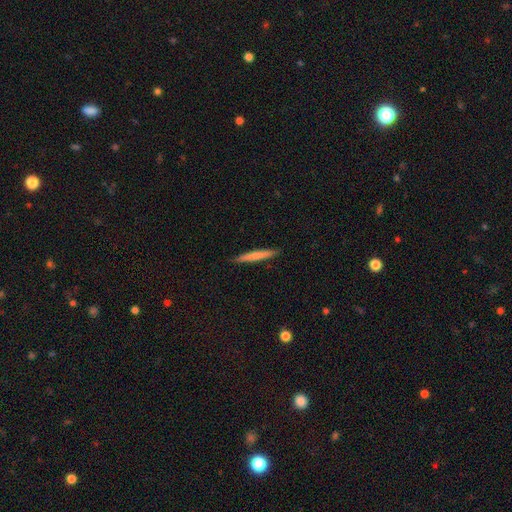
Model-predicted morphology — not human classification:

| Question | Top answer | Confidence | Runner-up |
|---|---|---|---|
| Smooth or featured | smooth | 70% | featured or disk (24%) |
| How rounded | cigar-shaped | 96% | in between (3%) |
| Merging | none | 91% | minor disturbance (7%) |